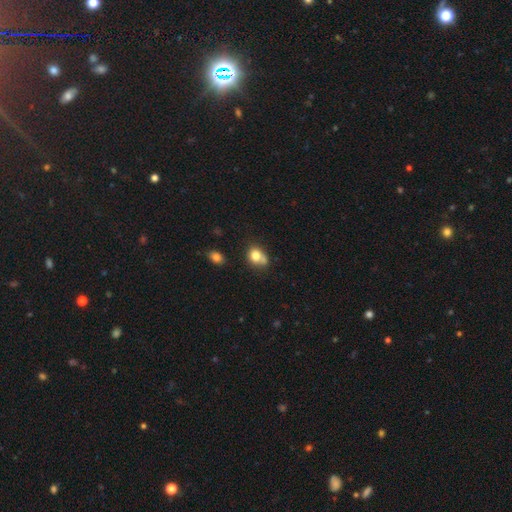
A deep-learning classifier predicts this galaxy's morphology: Q: Smooth or featured?
A: smooth (77%); runner-up: featured or disk (12%)
Q: How rounded?
A: round (54%); runner-up: in between (45%)
Q: Merging?
A: none (42%); runner-up: merger (24%)